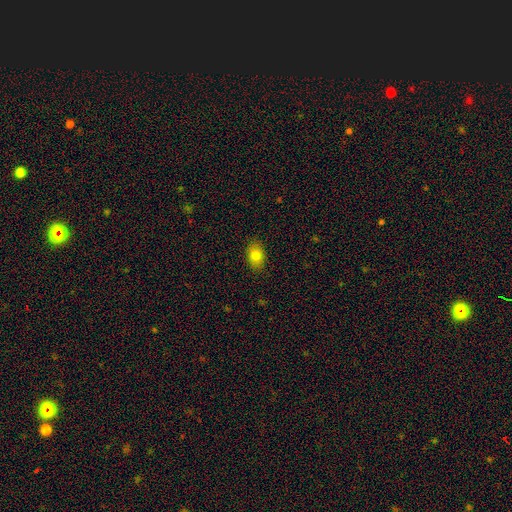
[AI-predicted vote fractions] smooth_or_featured: smooth (p=0.81) [alt: star or artifact p=0.10]
how_rounded: in between (p=0.81) [alt: round p=0.17]
merging: none (p=0.88) [alt: minor disturbance p=0.09]